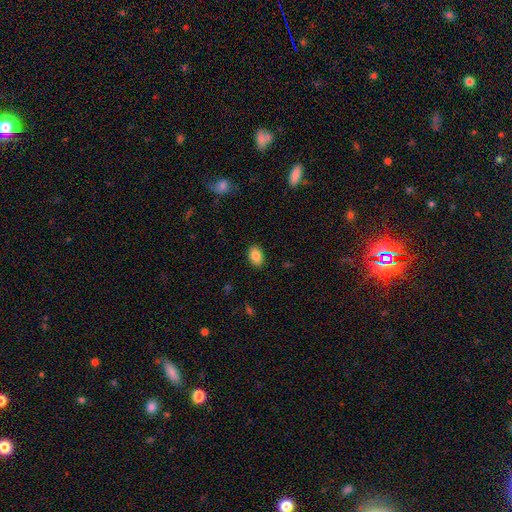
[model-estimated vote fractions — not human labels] This is clearly a smooth galaxy (85%). How rounded: clearly in between (87%). Merging: clearly none (88%).